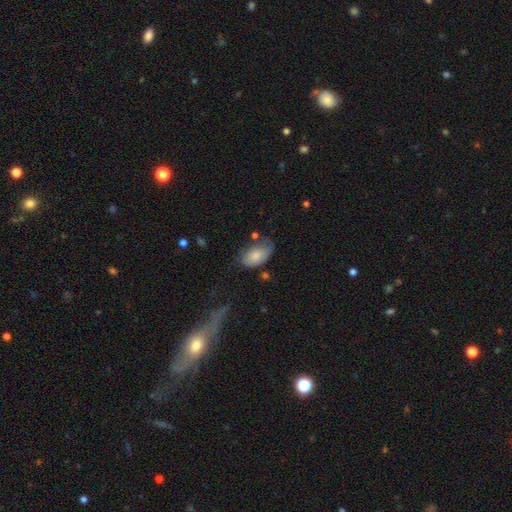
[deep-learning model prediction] Smooth or featured: smooth — 75% (featured or disk — 18%)
How rounded: in between — 92% (round — 6%)
Merging: none — 47% (minor disturbance — 34%)